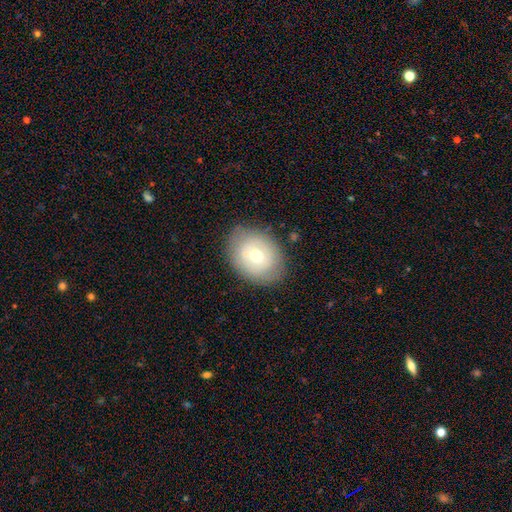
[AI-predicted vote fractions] Smooth or featured? Predicted: smooth (p=0.55). How rounded? Predicted: in between (p=0.55). Merging? Predicted: none (p=0.76).